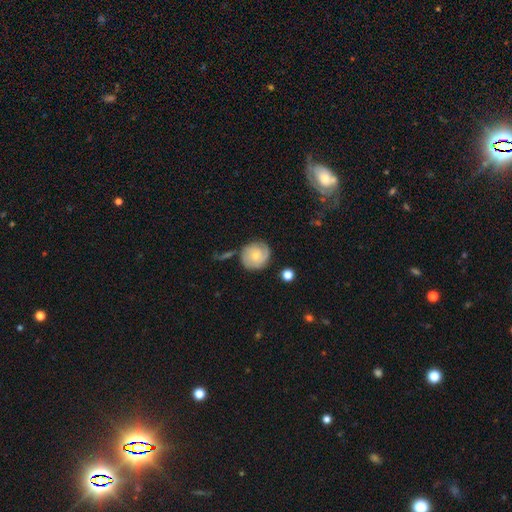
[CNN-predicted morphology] smooth_or_featured: featured or disk (p=0.52) [alt: smooth p=0.41]
disk_edge_on: no (p=0.97) [alt: yes p=0.03]
bar: no (p=0.78) [alt: weak p=0.19]
has_spiral_arms: yes (p=0.85) [alt: no p=0.15]
bulge_size: small (p=0.60) [alt: moderate p=0.34]
merging: none (p=0.72) [alt: minor disturbance p=0.18]